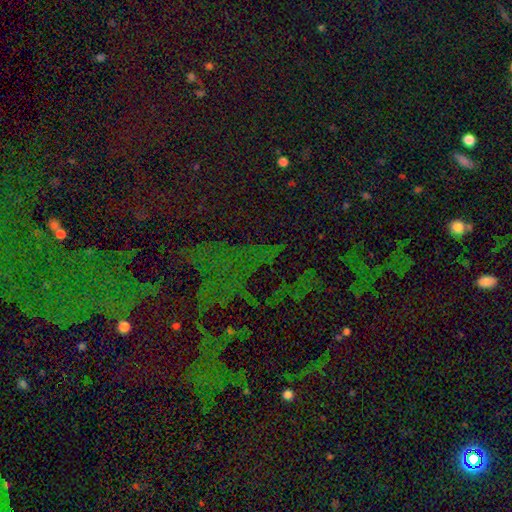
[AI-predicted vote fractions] Smooth or featured: star or artifact — 78% (smooth — 13%)